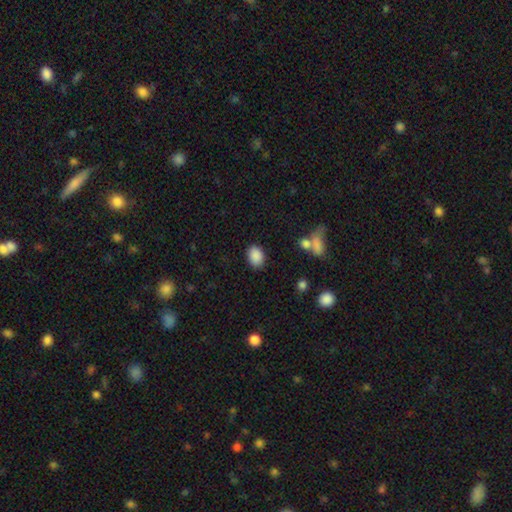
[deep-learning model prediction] Smooth or featured?
  - smooth: 88% *
  - star or artifact: 8%
  - featured or disk: 4%
How rounded?
  - in between: 78% *
  - round: 21%
  - cigar-shaped: 1%
Merging?
  - none: 85% *
  - minor disturbance: 10%
  - major disturbance: 3%
  - merger: 2%